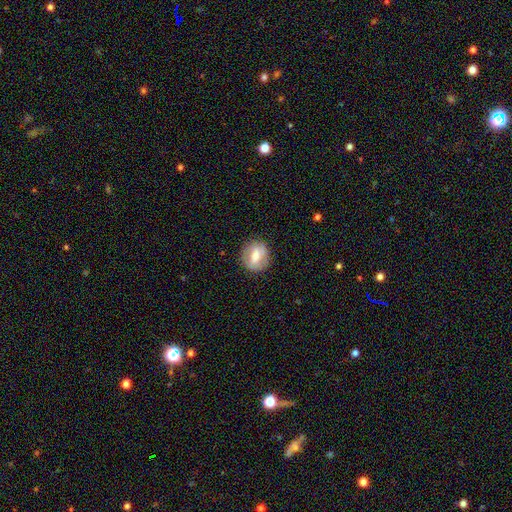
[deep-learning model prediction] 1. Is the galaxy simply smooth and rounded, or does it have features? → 52% smooth, 40% featured or disk, 8% star or artifact.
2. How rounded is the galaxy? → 79% round, 20% in between, 1% cigar-shaped.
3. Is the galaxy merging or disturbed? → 83% none, 12% minor disturbance, 4% major disturbance, 1% merger.